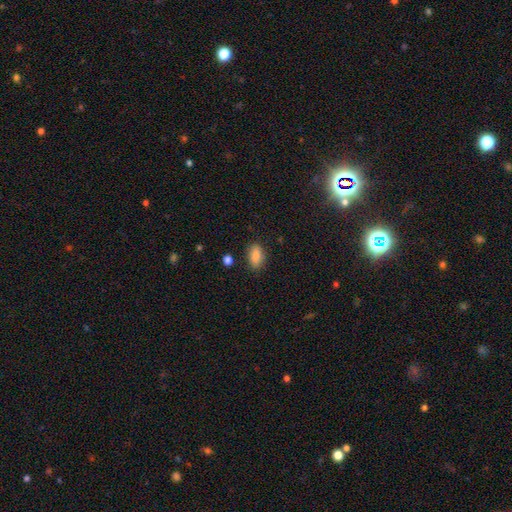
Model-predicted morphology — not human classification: Smooth or featured? smooth (87%)
How rounded? in between (89%)
Merging? none (83%)